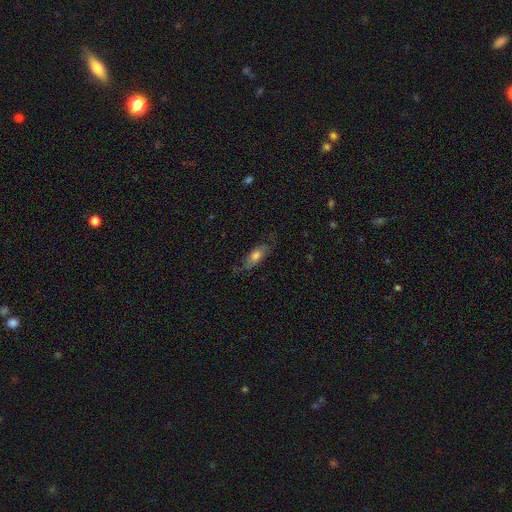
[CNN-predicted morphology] This is likely a smooth galaxy (61%). How rounded: likely in between (70%). Merging: likely none (65%).